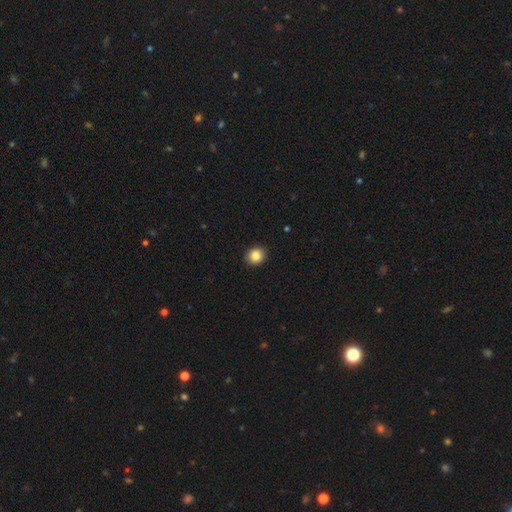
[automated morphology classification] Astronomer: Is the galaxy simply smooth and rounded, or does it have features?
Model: smooth — 87%.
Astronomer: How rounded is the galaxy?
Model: round — 82%.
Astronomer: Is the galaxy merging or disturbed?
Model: none — 91%.